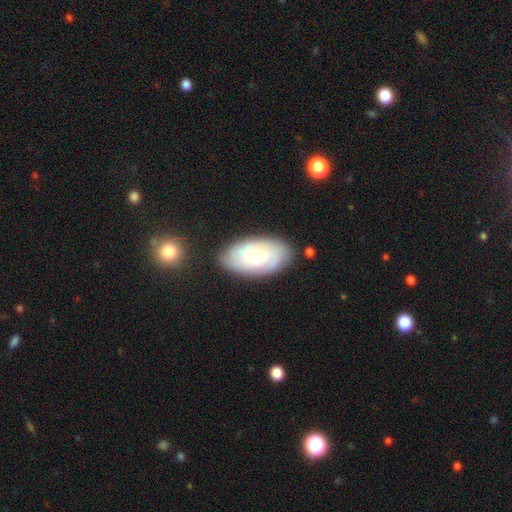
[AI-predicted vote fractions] This appears to be a smooth galaxy with no disk features (53%) that is in between round and cigar-shaped (94%). Merging: none (78%).